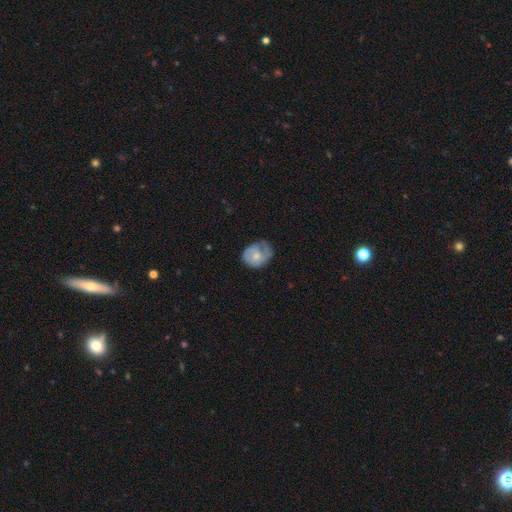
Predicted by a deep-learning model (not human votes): smooth-or-featured: featured or disk: 51% | smooth: 43% | star or artifact: 7%
  disk-edge-on: no: 97% | yes: 3%
  merging: none: 43% | minor disturbance: 34% | major disturbance: 21% | merger: 2%